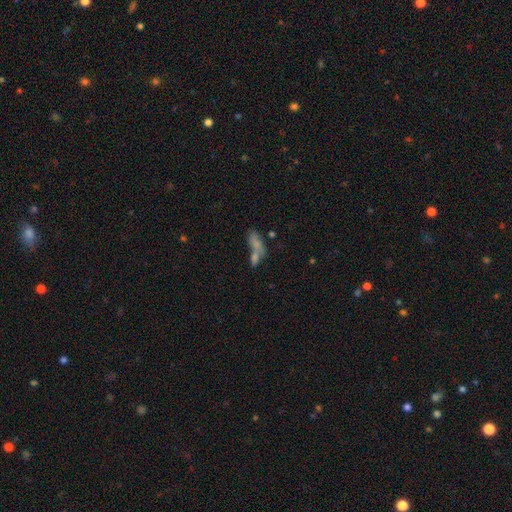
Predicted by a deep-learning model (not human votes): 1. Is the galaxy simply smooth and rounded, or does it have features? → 57% smooth, 25% featured or disk, 18% star or artifact.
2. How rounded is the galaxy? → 59% in between, 33% cigar-shaped, 8% round.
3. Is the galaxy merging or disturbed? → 51% merger, 31% none, 10% minor disturbance, 8% major disturbance.